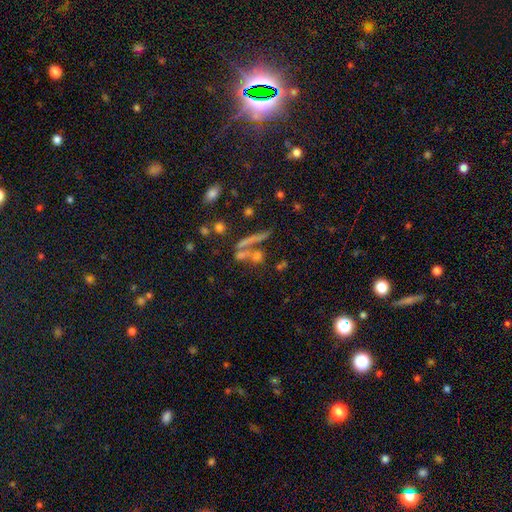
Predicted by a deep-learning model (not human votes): Smooth or featured? smooth (46%)
Merging? none (44%)